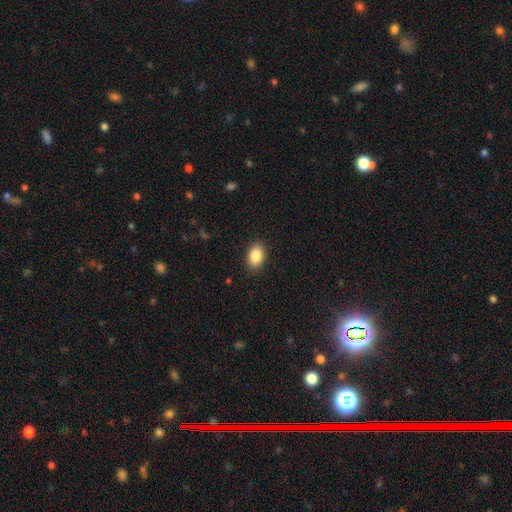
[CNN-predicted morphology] This is clearly a smooth galaxy (87%). How rounded: clearly in between (88%). Merging: clearly none (87%).